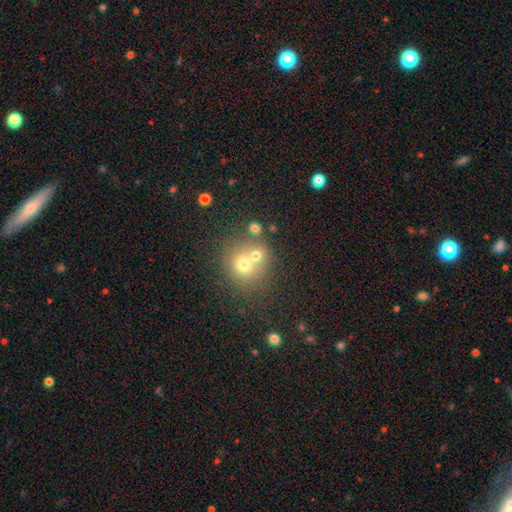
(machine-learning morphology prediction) A smooth galaxy with no disk features (67%) that is round (81%).

Vote fractions:
- Smooth or featured? smooth: 67% / featured or disk: 18% / star or artifact: 15%
- How rounded? round: 81% / in between: 18% / cigar-shaped: 1%
- Merging? merger: 47% / none: 42% / minor disturbance: 7% / major disturbance: 4%